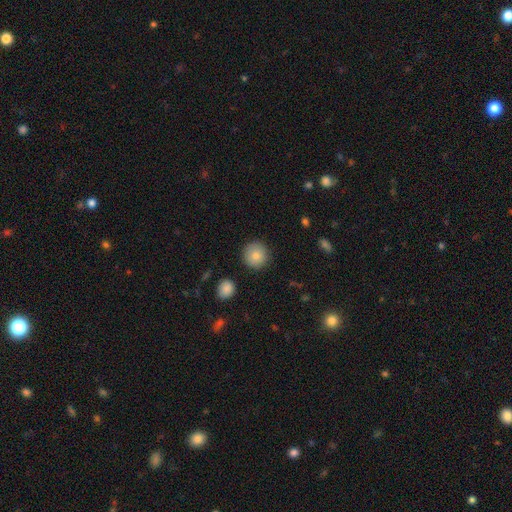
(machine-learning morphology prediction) Smooth or featured: smooth — 83% (star or artifact — 9%)
How rounded: round — 93% (in between — 6%)
Merging: none — 90% (minor disturbance — 7%)